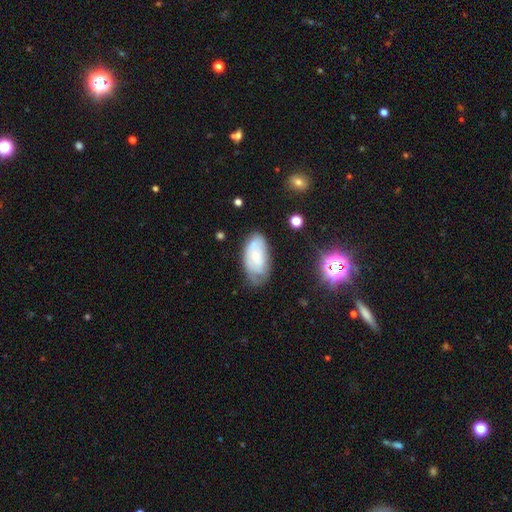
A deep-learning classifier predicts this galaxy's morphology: This appears to be a featured or disk galaxy (49%). Merging: none (58%).